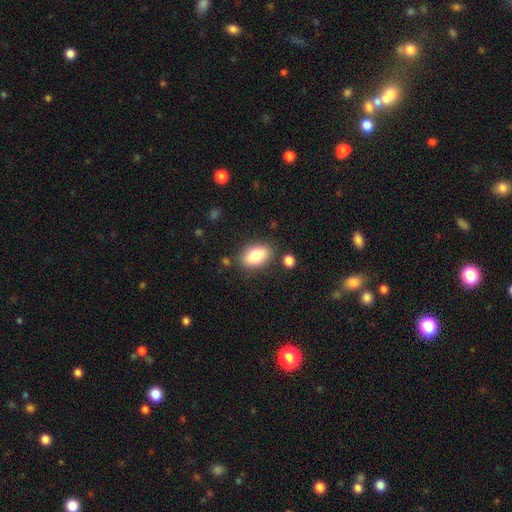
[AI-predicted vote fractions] Smooth or featured?
  - smooth: 82% *
  - featured or disk: 11%
  - star or artifact: 7%
How rounded?
  - in between: 89% *
  - round: 9%
  - cigar-shaped: 2%
Merging?
  - none: 80% *
  - minor disturbance: 12%
  - merger: 4%
  - major disturbance: 3%